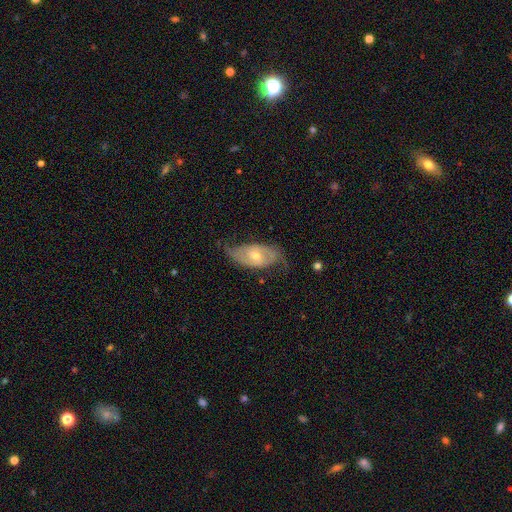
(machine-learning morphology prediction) The model was most divided on "spiral winding": medium: 41%, loose: 36%, tight: 23%. More confident: edge-on disk — no (93%); spiral arms — yes (90%); spiral arm count — 2 (85%); smooth or featured — featured or disk (77%); merging — none (66%); bulge size — moderate (55%); bar — no (52%).